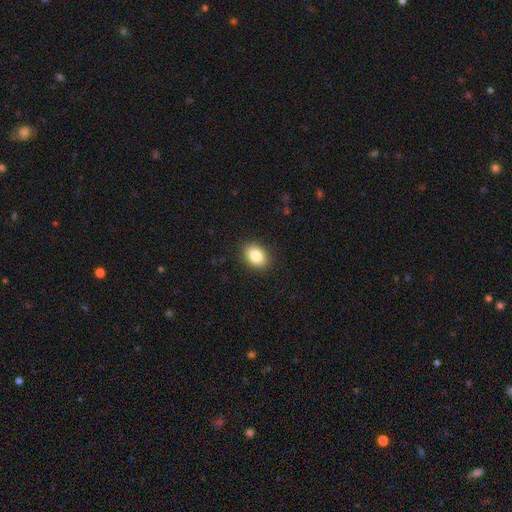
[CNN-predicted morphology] smooth_or_featured: smooth (p=0.86) [alt: star or artifact p=0.08]
how_rounded: in between (p=0.75) [alt: round p=0.24]
merging: none (p=0.90) [alt: minor disturbance p=0.07]